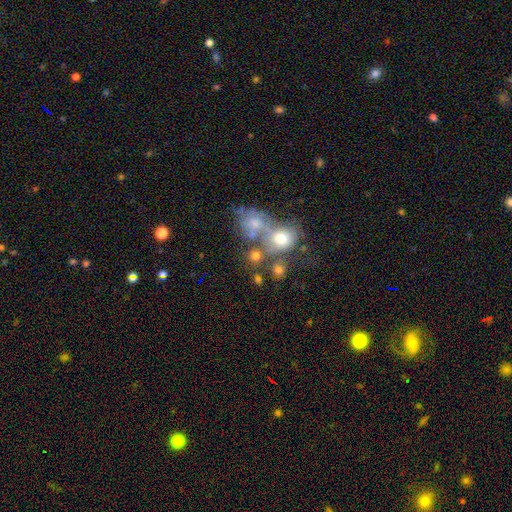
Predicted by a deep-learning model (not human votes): Q: Smooth or featured?
A: smooth (67%); runner-up: featured or disk (17%)
Q: How rounded?
A: round (73%); runner-up: in between (26%)
Q: Merging?
A: none (41%); runner-up: merger (40%)